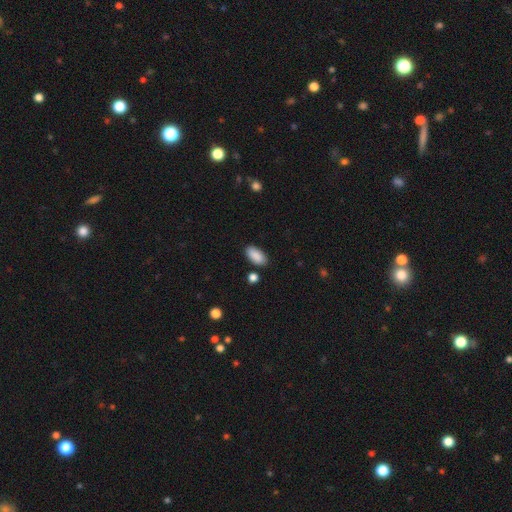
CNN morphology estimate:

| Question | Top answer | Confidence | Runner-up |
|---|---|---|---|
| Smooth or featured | smooth | 90% | star or artifact (7%) |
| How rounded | in between | 92% | cigar-shaped (5%) |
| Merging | none | 84% | minor disturbance (10%) |